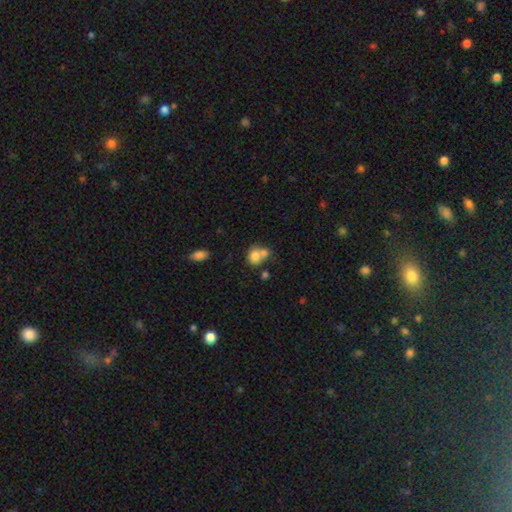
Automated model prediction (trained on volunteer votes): A smooth galaxy with no disk features (77%) that is round (57%).

Vote fractions:
- Smooth or featured? smooth: 77% / featured or disk: 13% / star or artifact: 10%
- How rounded? round: 57% / in between: 42% / cigar-shaped: 1%
- Merging? merger: 56% / none: 30% / minor disturbance: 9% / major disturbance: 5%